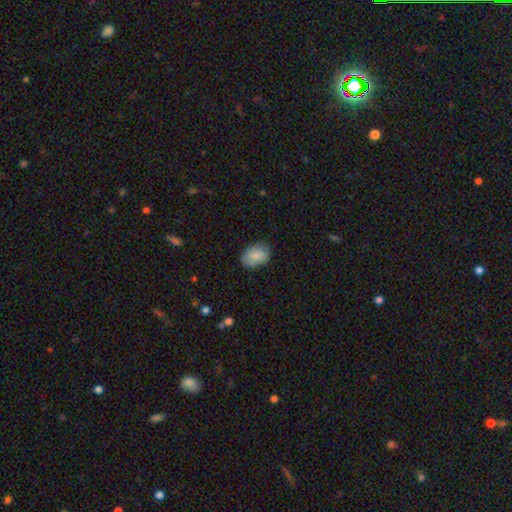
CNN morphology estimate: smooth 84%, featured or disk 10%, star or artifact 7%. Down the decision tree: how rounded — in between (82%); merging — none (76%).